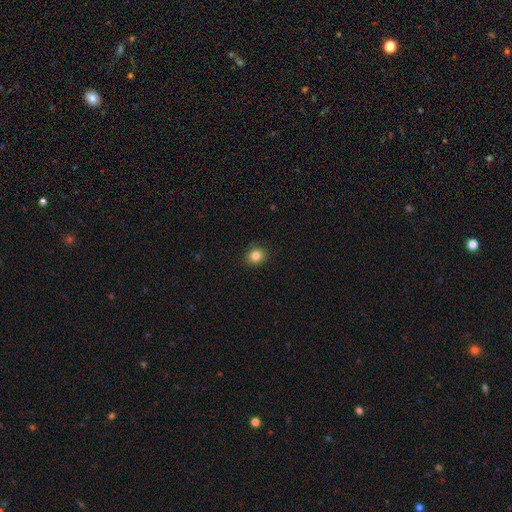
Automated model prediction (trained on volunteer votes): smooth-or-featured: smooth: 84% | star or artifact: 11% | featured or disk: 5%
  how-rounded: round: 75% | in between: 24% | cigar-shaped: 1%
  merging: none: 89% | minor disturbance: 8% | major disturbance: 2% | merger: 1%